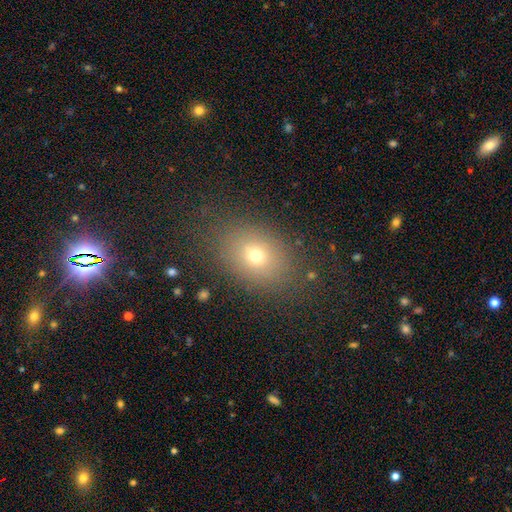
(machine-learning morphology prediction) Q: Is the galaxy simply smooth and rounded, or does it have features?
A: smooth — 70%.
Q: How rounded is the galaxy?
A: in between — 66%.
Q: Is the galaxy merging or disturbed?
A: none — 79%.